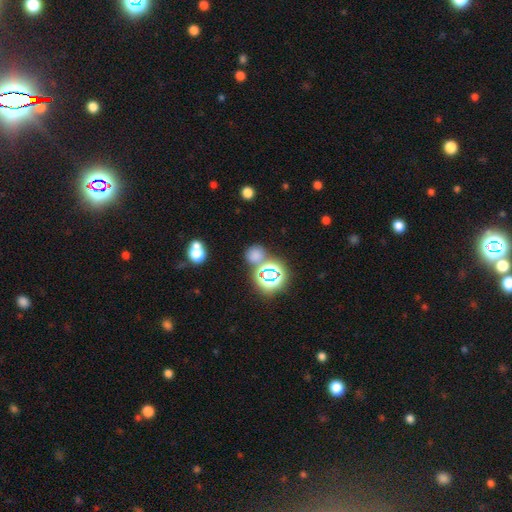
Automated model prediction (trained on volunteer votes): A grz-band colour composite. It shows a smooth galaxy with no disk features (59%) that is round (82%). Merging: none (68%).